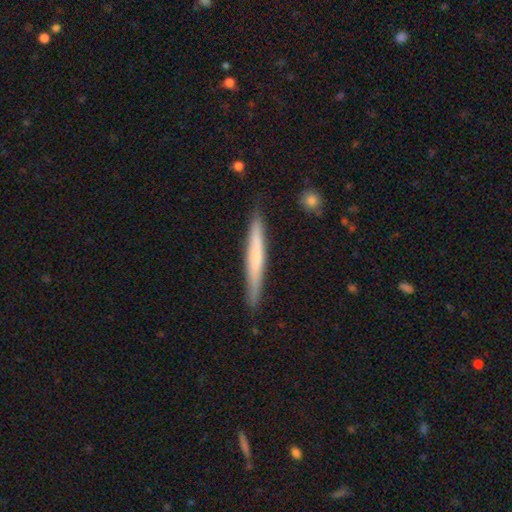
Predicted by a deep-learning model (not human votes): smooth-or-featured: smooth: 54% | featured or disk: 41% | star or artifact: 5%
  how-rounded: cigar-shaped: 96% | in between: 3% | round: 1%
  merging: none: 87% | minor disturbance: 10% | major disturbance: 2% | merger: 1%